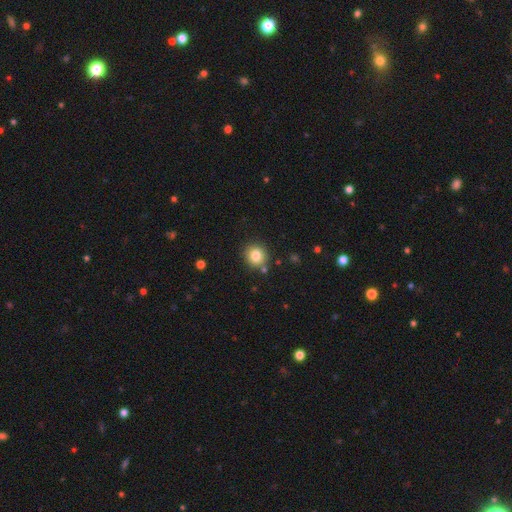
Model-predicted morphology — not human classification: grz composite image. It shows a smooth galaxy with no disk features (82%) that is round (88%). Merging: none (84%).